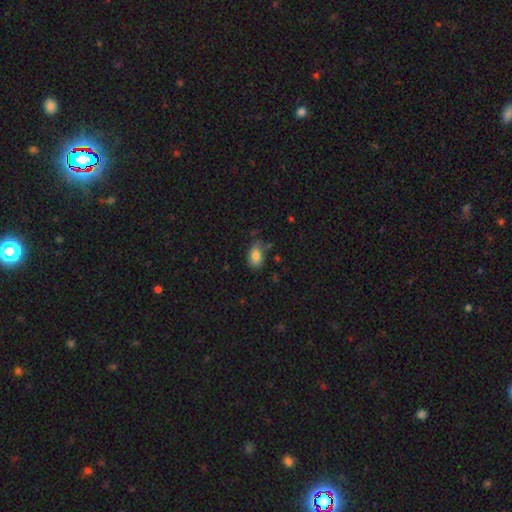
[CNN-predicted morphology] A smooth galaxy with no disk features (80%) that is in between round and cigar-shaped (87%). Merging: none (62%).